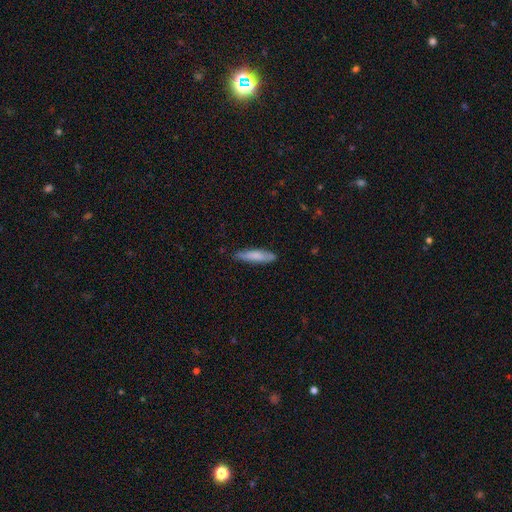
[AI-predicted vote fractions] The model was most divided on "how rounded": cigar-shaped: 78%, in between: 20%, round: 1%. More confident: merging — none (82%); smooth or featured — smooth (78%).